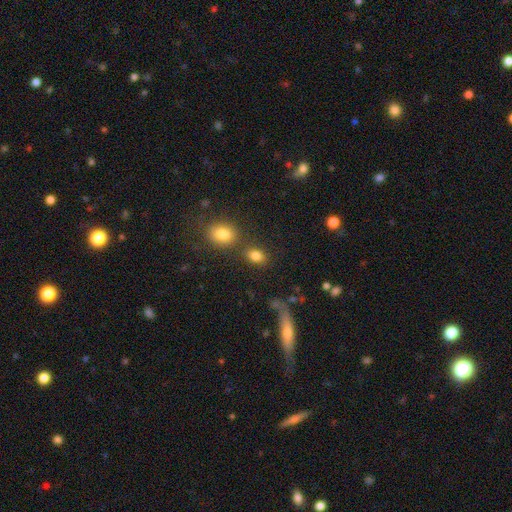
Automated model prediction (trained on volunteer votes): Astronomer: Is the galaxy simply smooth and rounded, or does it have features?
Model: smooth — 83%.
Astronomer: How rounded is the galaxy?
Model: in between — 71%.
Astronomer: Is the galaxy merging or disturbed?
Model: none — 72%.